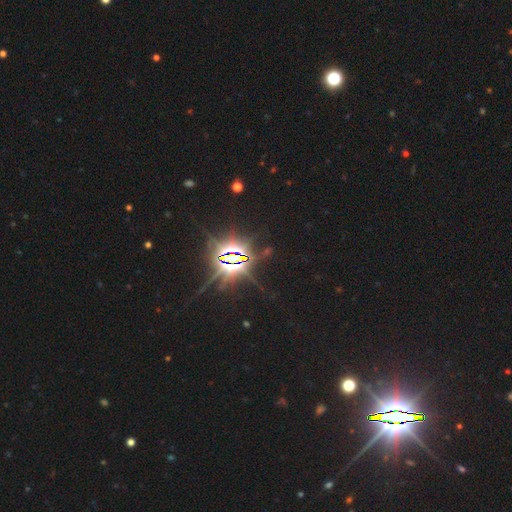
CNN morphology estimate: This is clearly a star or artifact rather than a galaxy (88%).